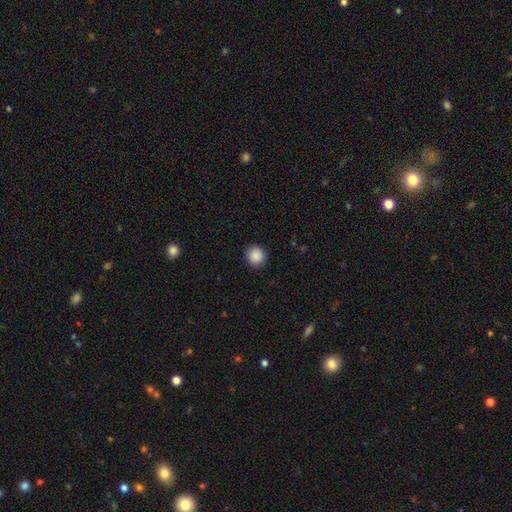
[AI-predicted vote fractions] A smooth galaxy with no disk features (89%) that is round (92%). Merging: none (91%).